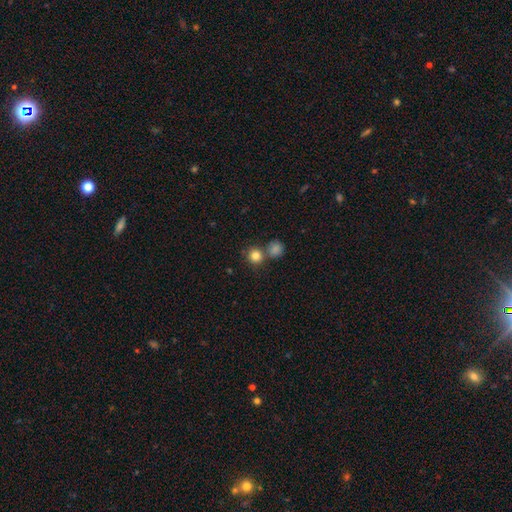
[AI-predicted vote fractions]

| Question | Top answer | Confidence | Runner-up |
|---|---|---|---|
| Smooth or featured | smooth | 83% | star or artifact (11%) |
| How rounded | round | 90% | in between (9%) |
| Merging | none | 63% | merger (26%) |